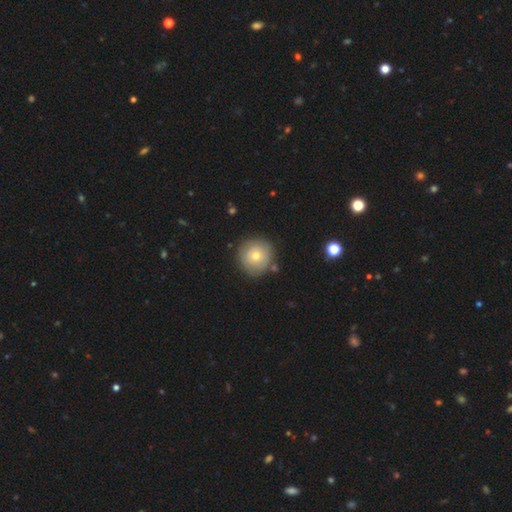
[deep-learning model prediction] Smooth or featured?
  - smooth: 70% *
  - featured or disk: 20%
  - star or artifact: 11%
How rounded?
  - round: 94% *
  - in between: 5%
  - cigar-shaped: 1%
Merging?
  - none: 84% *
  - minor disturbance: 10%
  - merger: 3%
  - major disturbance: 3%